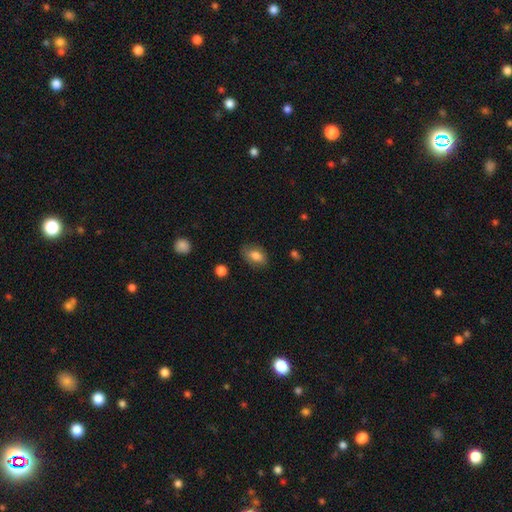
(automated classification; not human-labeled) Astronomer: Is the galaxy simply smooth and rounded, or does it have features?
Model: smooth — 81%.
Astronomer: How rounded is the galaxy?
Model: in between — 87%.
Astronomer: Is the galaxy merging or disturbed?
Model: none — 76%.